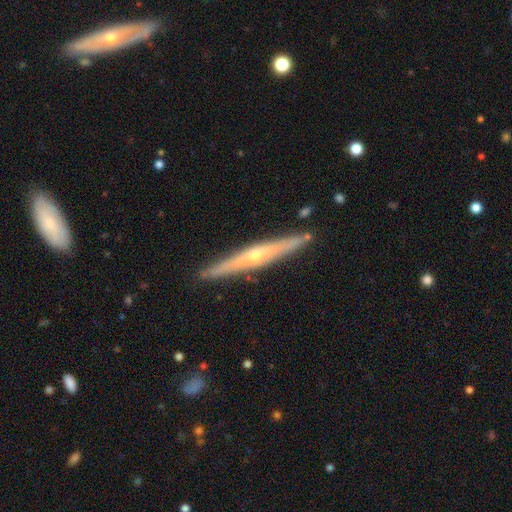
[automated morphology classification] Smooth or featured? Predicted: featured or disk (p=0.74). Edge-on disk? Predicted: yes (p=0.96). Edge-on bulge? Predicted: rounded (p=0.80). Merging? Predicted: none (p=0.89).